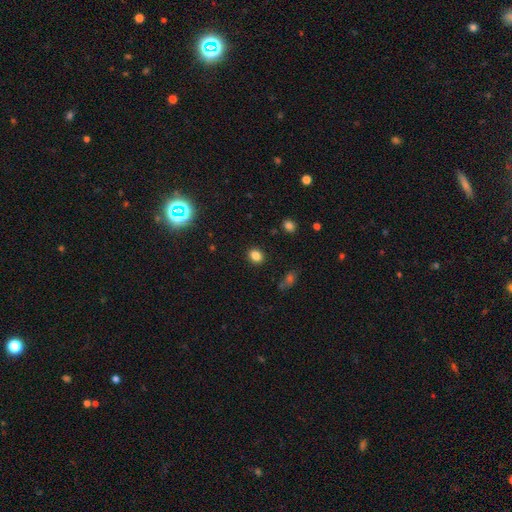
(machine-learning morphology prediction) This appears to be a smooth galaxy with no disk features (84%) that is round (58%). Merging: none (89%).